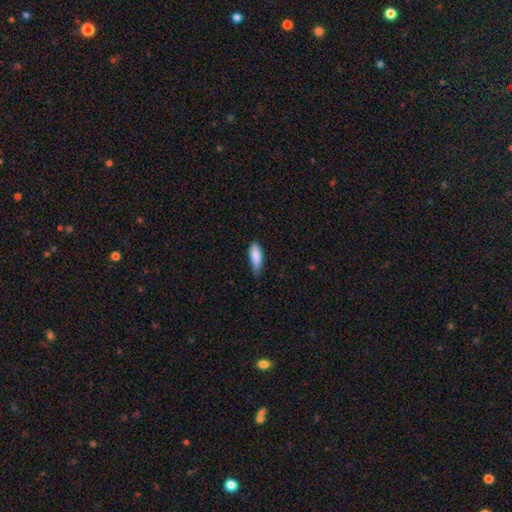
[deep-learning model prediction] smooth 85%, featured or disk 9%, star or artifact 6%. Down the decision tree: how rounded — in between (55%); merging — none (58%).